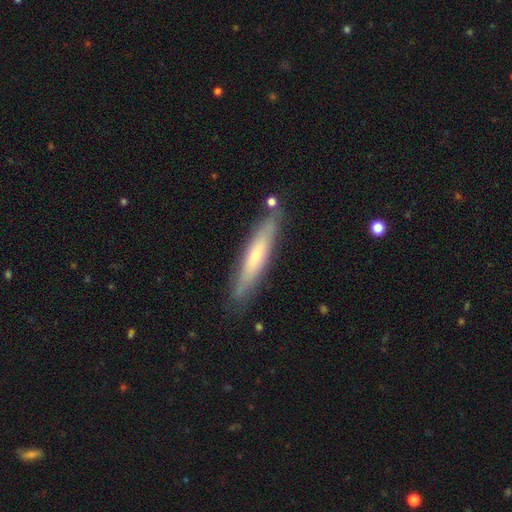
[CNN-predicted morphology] A featured or disk galaxy (51%) viewed edge-on (76%).

Vote fractions:
- Smooth or featured? featured or disk: 51% / smooth: 43% / star or artifact: 6%
- Edge-on disk? yes: 76% / no: 24%
- Merging? none: 82% / minor disturbance: 12% / merger: 3% / major disturbance: 3%